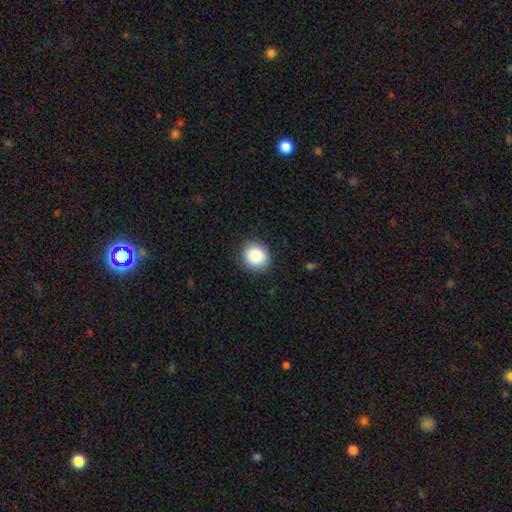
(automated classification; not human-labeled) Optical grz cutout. It shows a smooth galaxy with no disk features (88%) that is round (82%). Merging: none (89%).